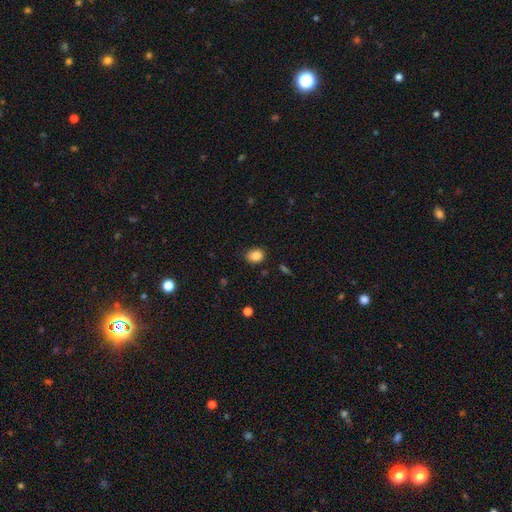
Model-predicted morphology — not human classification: The model was most divided on "how rounded": in between: 59%, round: 40%, cigar-shaped: 1%. More confident: smooth or featured — smooth (86%); merging — none (82%).